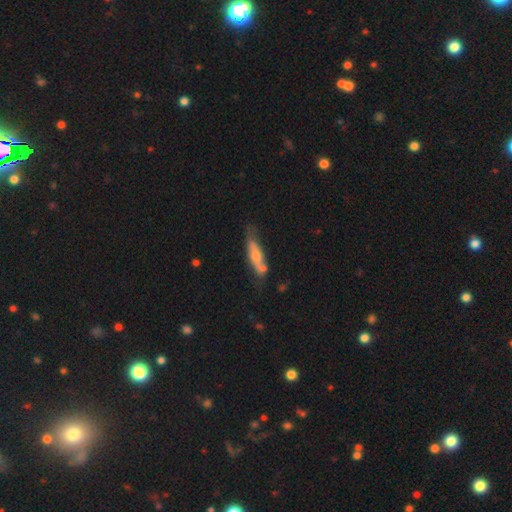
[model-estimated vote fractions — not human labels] This appears to be a featured or disk galaxy (48%). Merging: none (52%).